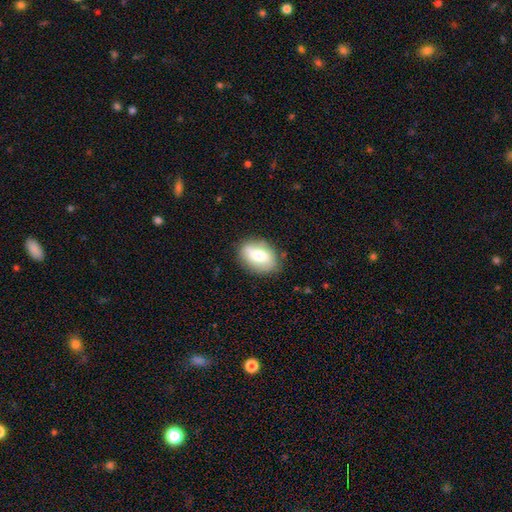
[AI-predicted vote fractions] The model was most divided on "smooth or featured": smooth: 64%, featured or disk: 28%, star or artifact: 8%. More confident: how rounded — in between (80%); merging — none (76%).